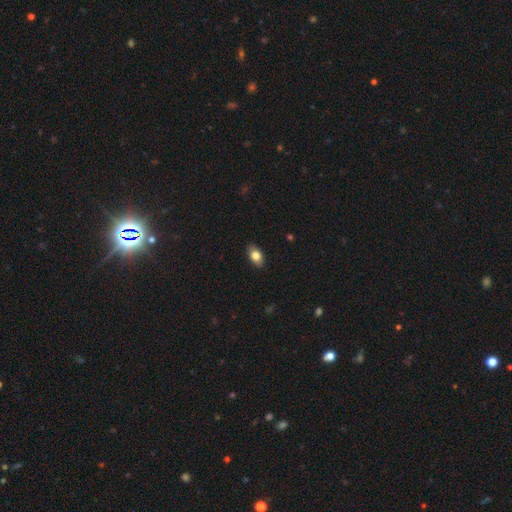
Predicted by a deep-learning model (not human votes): Smooth or featured: smooth — 80% (featured or disk — 12%)
How rounded: in between — 90% (round — 8%)
Merging: none — 88% (minor disturbance — 9%)